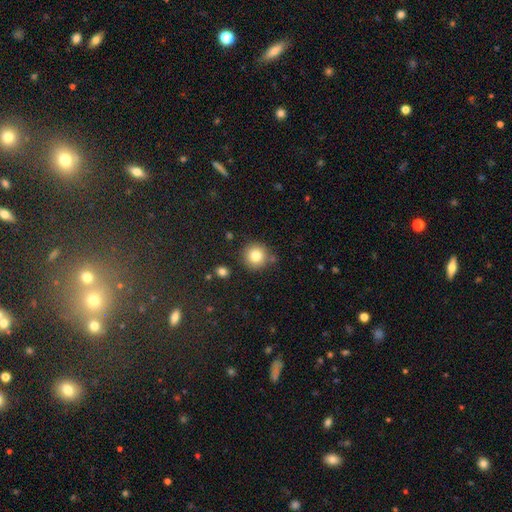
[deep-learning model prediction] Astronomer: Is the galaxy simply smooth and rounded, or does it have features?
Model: smooth — 82%.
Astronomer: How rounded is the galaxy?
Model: round — 94%.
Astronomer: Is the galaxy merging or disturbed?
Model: none — 82%.